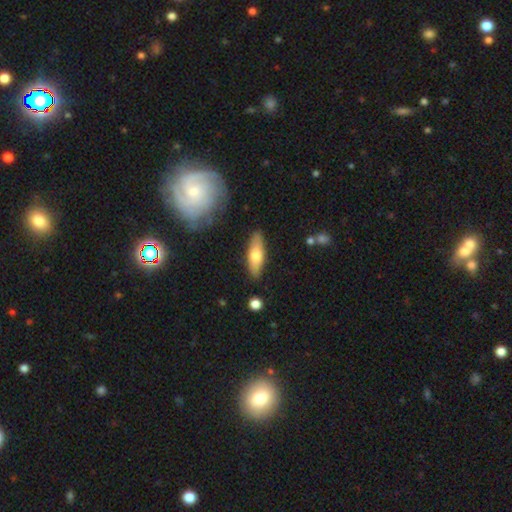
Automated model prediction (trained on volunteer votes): Q: Smooth or featured?
A: smooth (64%); runner-up: featured or disk (31%)
Q: How rounded?
A: in between (54%); runner-up: cigar-shaped (44%)
Q: Merging?
A: none (86%); runner-up: minor disturbance (10%)